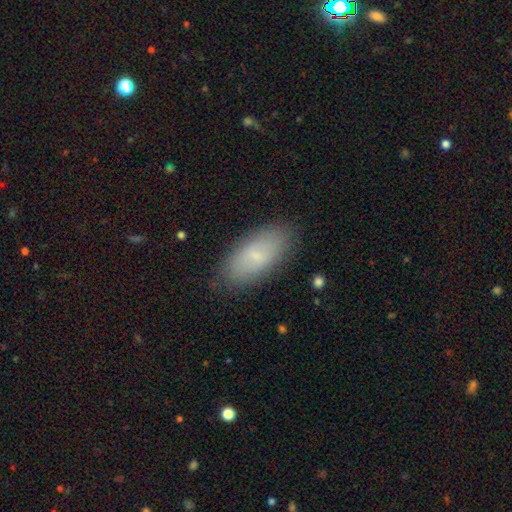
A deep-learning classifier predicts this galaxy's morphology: smooth 73%, featured or disk 20%, star or artifact 7%. Down the decision tree: how rounded — in between (87%); merging — none (84%).